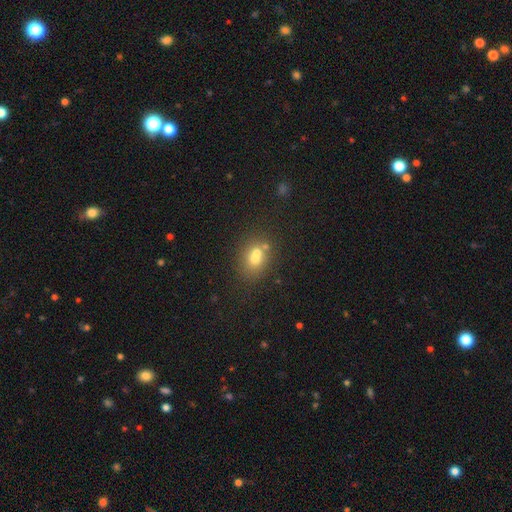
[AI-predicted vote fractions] Smooth or featured: smooth — 65% (featured or disk — 17%)
How rounded: in between — 59% (round — 39%)
Merging: none — 49% (merger — 36%)